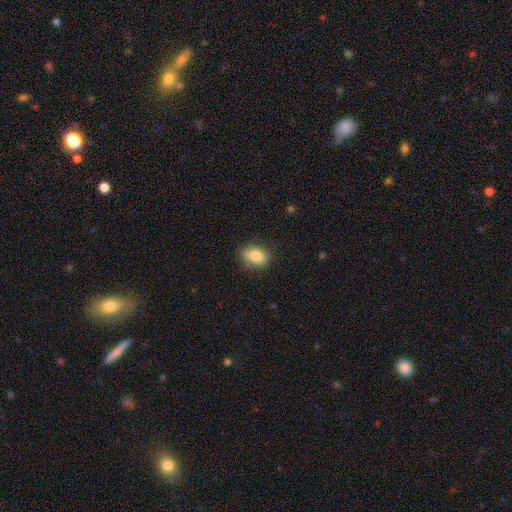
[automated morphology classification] smooth_or_featured: smooth (p=0.84) [alt: star or artifact p=0.08]
how_rounded: in between (p=0.81) [alt: round p=0.17]
merging: none (p=0.78) [alt: minor disturbance p=0.17]